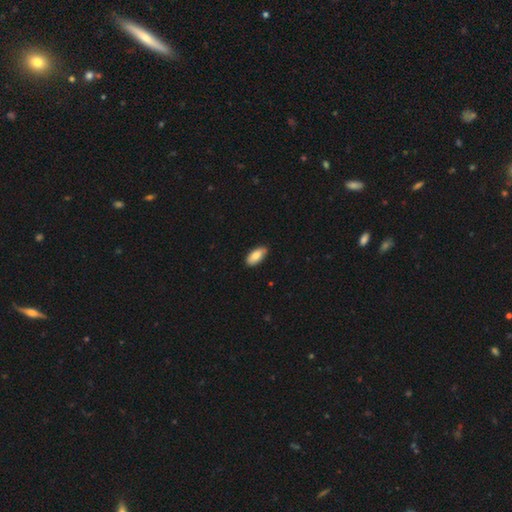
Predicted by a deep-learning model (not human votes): A smooth galaxy with no disk features (80%) that is in between round and cigar-shaped (91%).

Vote fractions:
- Smooth or featured? smooth: 80% / featured or disk: 14% / star or artifact: 6%
- How rounded? in between: 91% / cigar-shaped: 7% / round: 2%
- Merging? none: 83% / minor disturbance: 14% / major disturbance: 2% / merger: 1%